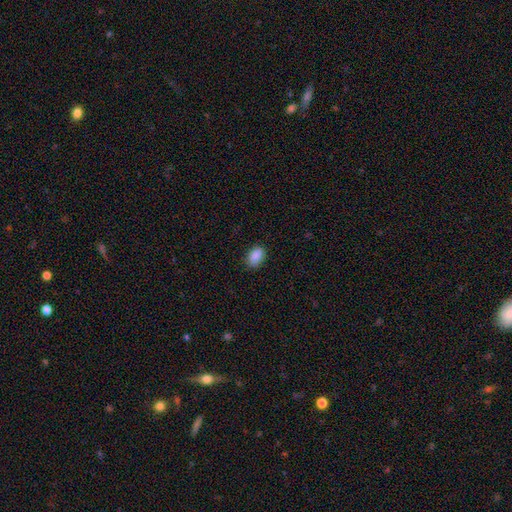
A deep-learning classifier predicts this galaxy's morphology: This is clearly a smooth galaxy (89%). How rounded: clearly in between (88%). Merging: clearly none (85%).